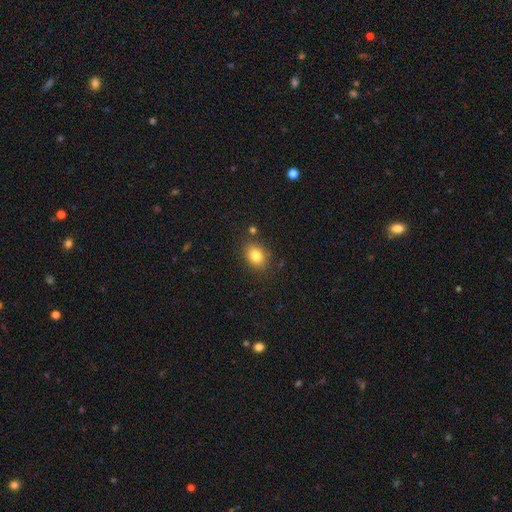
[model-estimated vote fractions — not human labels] The model was most divided on "how rounded": in between: 64%, round: 35%, cigar-shaped: 1%. More confident: merging — none (82%); smooth or featured — smooth (82%).